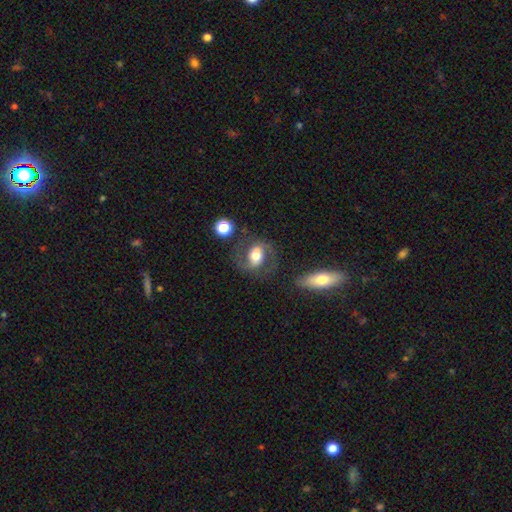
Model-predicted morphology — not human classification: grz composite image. It shows a featured or disk galaxy (63%) with a weak bar (36%), spiral arms (83%) and a moderate central bulge (55%). Merging: none (69%).